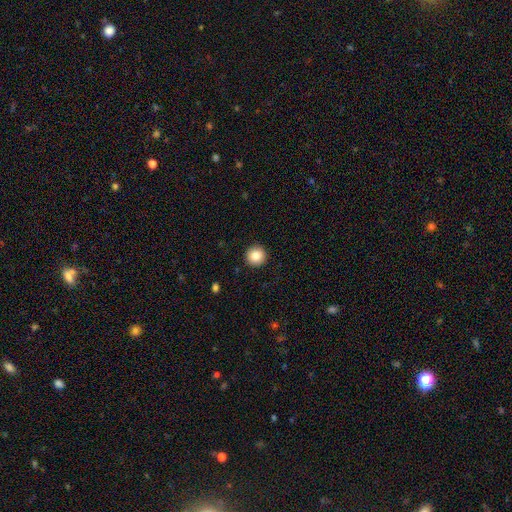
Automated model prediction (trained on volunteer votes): smooth-or-featured: smooth: 85% | star or artifact: 9% | featured or disk: 6%
  how-rounded: round: 96% | in between: 3% | cigar-shaped: 1%
  merging: none: 93% | minor disturbance: 5% | major disturbance: 2% | merger: 1%